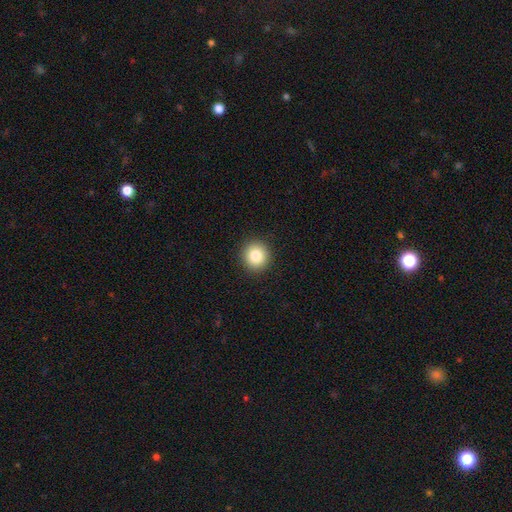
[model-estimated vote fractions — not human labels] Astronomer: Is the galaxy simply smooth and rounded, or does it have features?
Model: smooth — 83%.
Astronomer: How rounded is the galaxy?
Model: round — 92%.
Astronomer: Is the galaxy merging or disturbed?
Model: none — 92%.